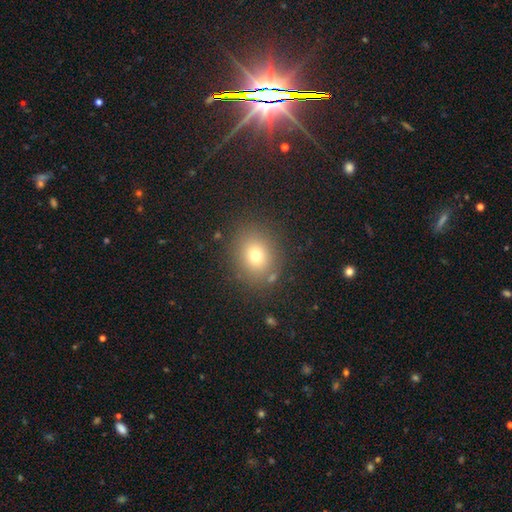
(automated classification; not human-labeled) smooth_or_featured: smooth (p=0.73) [alt: star or artifact p=0.16]
how_rounded: round (p=0.63) [alt: in between p=0.36]
merging: none (p=0.84) [alt: minor disturbance p=0.09]